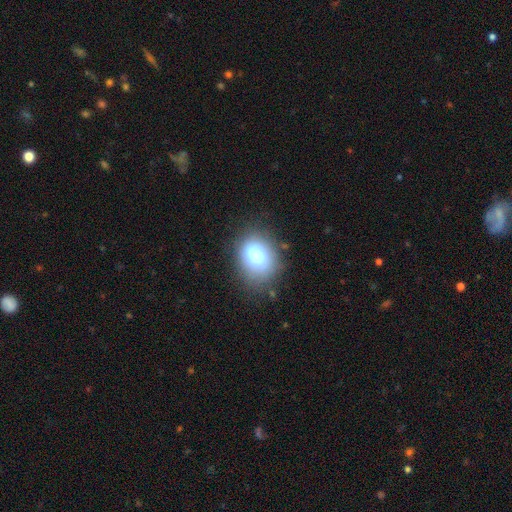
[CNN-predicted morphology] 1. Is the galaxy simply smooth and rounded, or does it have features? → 75% smooth, 15% featured or disk, 10% star or artifact.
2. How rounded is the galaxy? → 57% in between, 42% round, 1% cigar-shaped.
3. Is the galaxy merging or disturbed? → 68% none, 20% minor disturbance, 8% major disturbance, 4% merger.